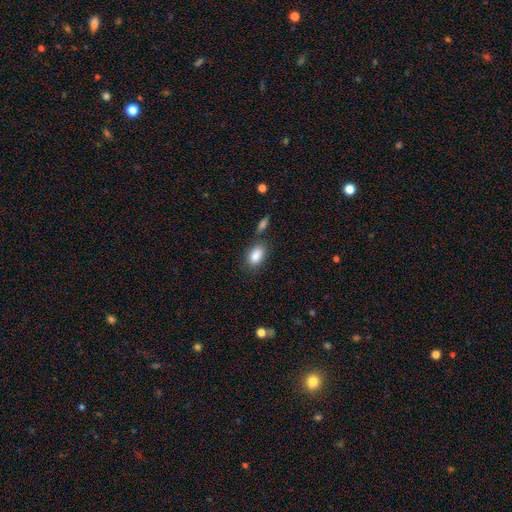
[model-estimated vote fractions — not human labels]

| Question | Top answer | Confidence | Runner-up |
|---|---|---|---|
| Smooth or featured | smooth | 86% | star or artifact (7%) |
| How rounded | in between | 88% | round (10%) |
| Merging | none | 71% | minor disturbance (14%) |